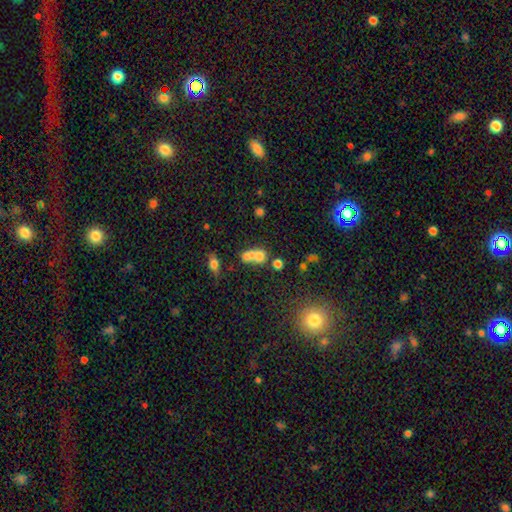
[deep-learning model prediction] smooth-or-featured: smooth: 64% | featured or disk: 21% | star or artifact: 15%
  how-rounded: round: 50% | in between: 46% | cigar-shaped: 5%
  merging: merger: 62% | none: 24% | minor disturbance: 8% | major disturbance: 6%